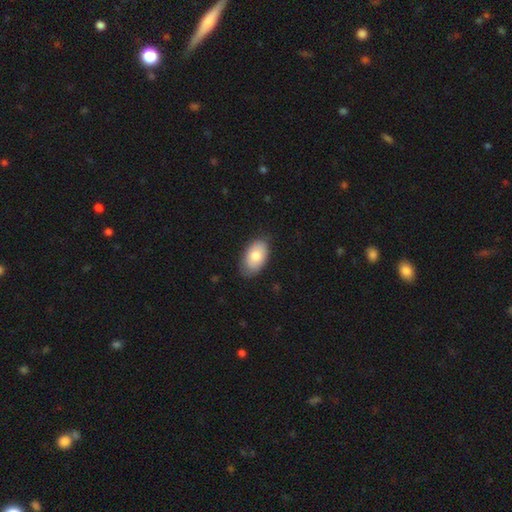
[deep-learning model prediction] Q: Smooth or featured?
A: smooth (77%); runner-up: featured or disk (17%)
Q: How rounded?
A: in between (93%); runner-up: round (6%)
Q: Merging?
A: none (79%); runner-up: minor disturbance (17%)